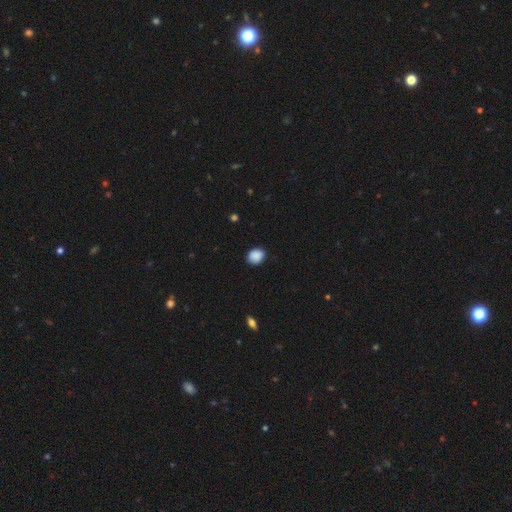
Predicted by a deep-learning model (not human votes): This is clearly a smooth galaxy (89%). How rounded: possibly round (60%). Merging: clearly none (85%).